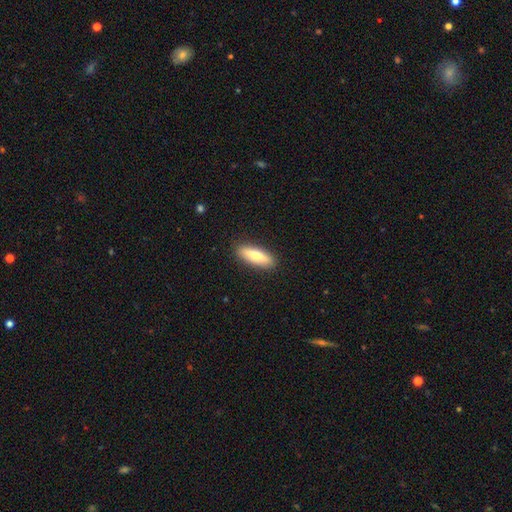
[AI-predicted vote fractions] The model was most divided on "how rounded": cigar-shaped: 55%, in between: 43%, round: 2%. More confident: merging — none (90%); smooth or featured — smooth (65%).